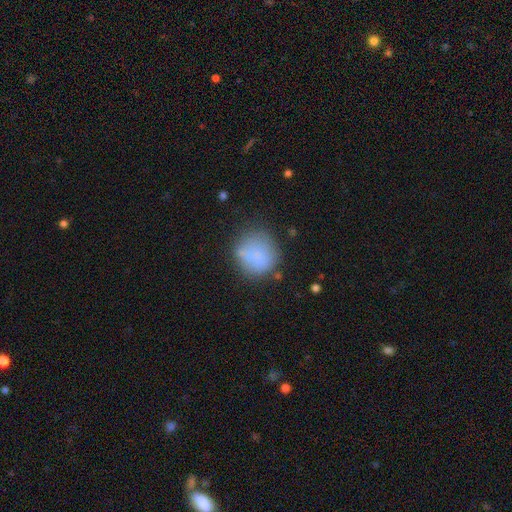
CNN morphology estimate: Overall: smooth (78%). How rounded: round (86%). Merging: none (61%; minor disturbance 22%).